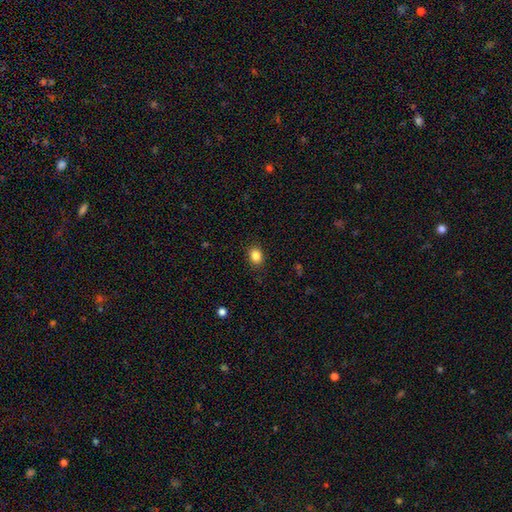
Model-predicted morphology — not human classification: This appears to be a smooth galaxy with no disk features (85%) that is in between round and cigar-shaped (56%). Merging: none (87%).